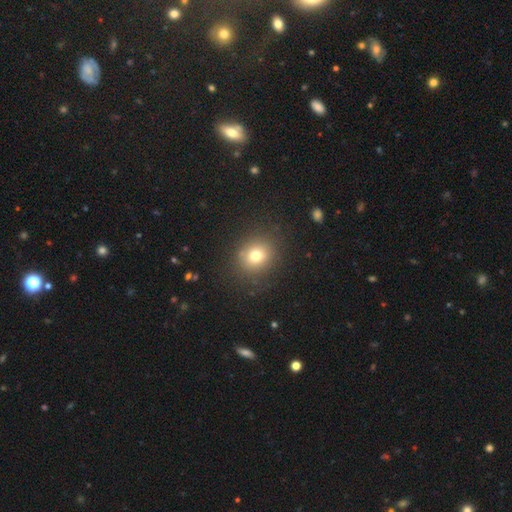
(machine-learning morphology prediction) Smooth or featured? Predicted: smooth (p=0.75). How rounded? Predicted: round (p=0.76). Merging? Predicted: none (p=0.85).